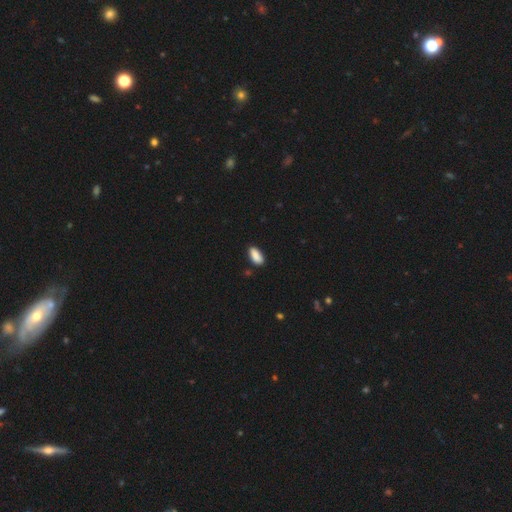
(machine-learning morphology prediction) A smooth galaxy with no disk features (90%) that is in between round and cigar-shaped (89%). Merging: none (85%).